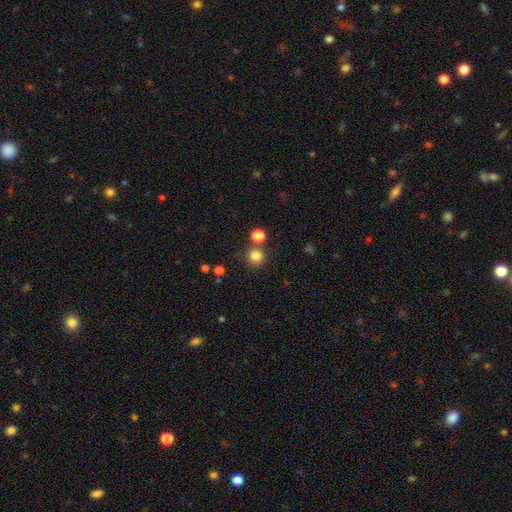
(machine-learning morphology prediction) Smooth or featured: smooth — 82% (star or artifact — 13%)
How rounded: round — 94% (in between — 5%)
Merging: none — 80% (merger — 11%)